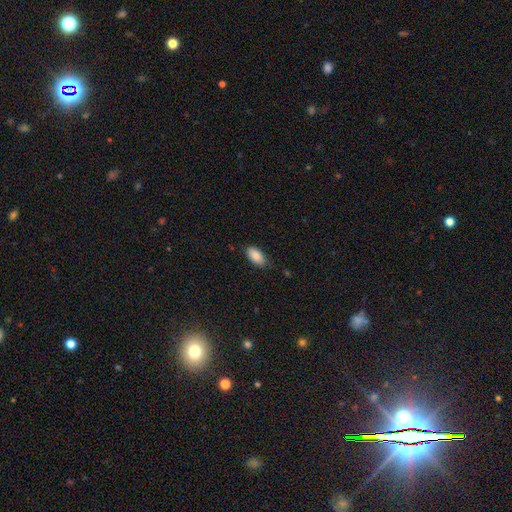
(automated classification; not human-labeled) Morphology: type=smooth (88%); roundness=in between (93%); merging=none (80%).